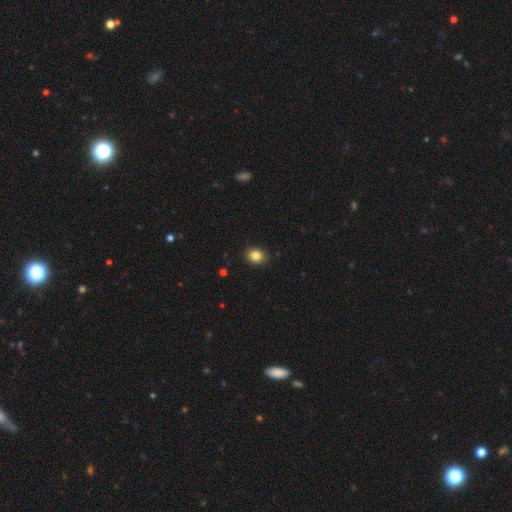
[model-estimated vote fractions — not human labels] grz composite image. It shows a smooth galaxy with no disk features (85%) that is round (53%). Merging: none (89%).